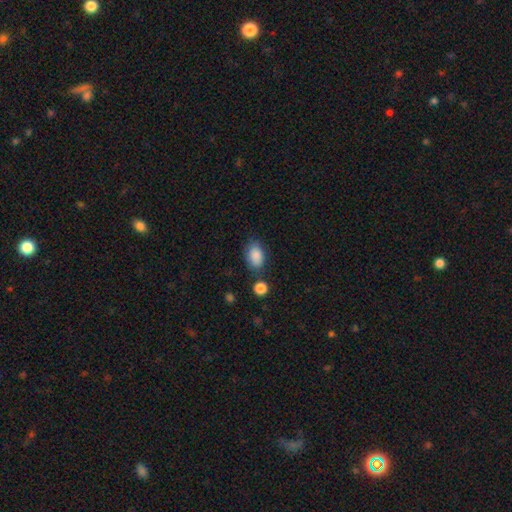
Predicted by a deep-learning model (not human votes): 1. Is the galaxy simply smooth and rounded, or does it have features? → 87% smooth, 8% star or artifact, 5% featured or disk.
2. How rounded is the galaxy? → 87% in between, 12% round, 1% cigar-shaped.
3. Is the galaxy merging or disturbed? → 71% none, 17% minor disturbance, 6% merger, 5% major disturbance.